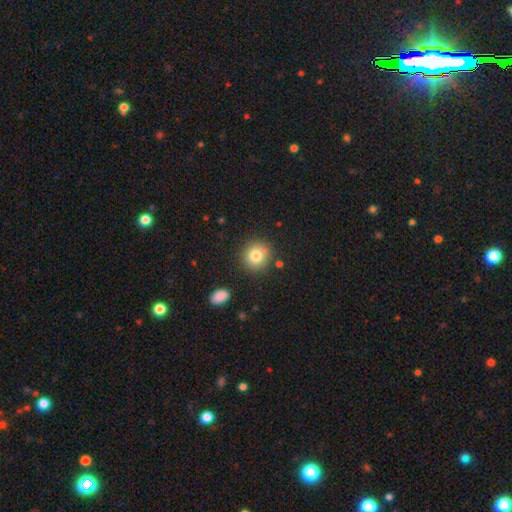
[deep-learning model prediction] The model was most divided on "smooth or featured": smooth: 81%, star or artifact: 10%, featured or disk: 9%. More confident: how rounded — round (89%); merging — none (86%).